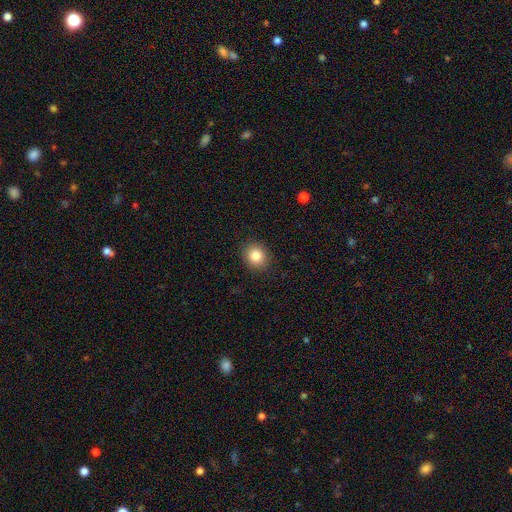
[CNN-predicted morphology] Smooth or featured? smooth (84%)
How rounded? round (74%)
Merging? none (89%)